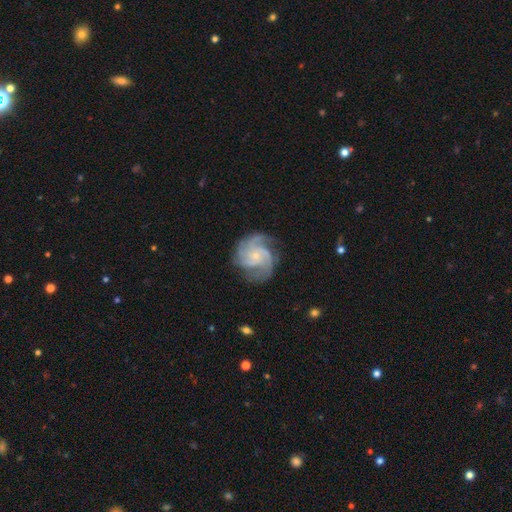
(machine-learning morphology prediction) This appears to be a featured or disk galaxy (89%) with no bar (73%), 3 (52%) medium (47%) spiral arms (98%) and a small central bulge (79%). Merging: none (73%).